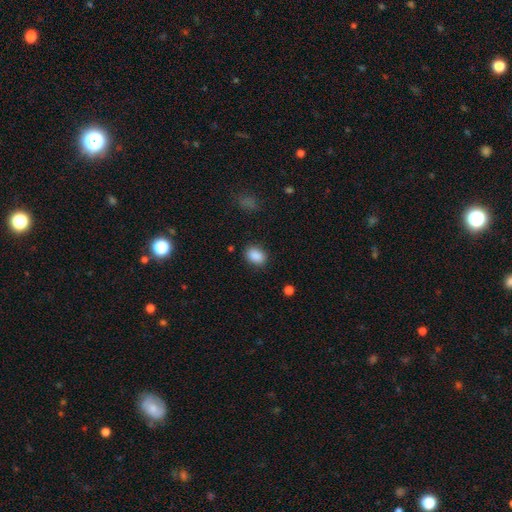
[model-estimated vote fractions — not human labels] Overall: smooth (88%). How rounded: in between (73%). Merging: none (84%).